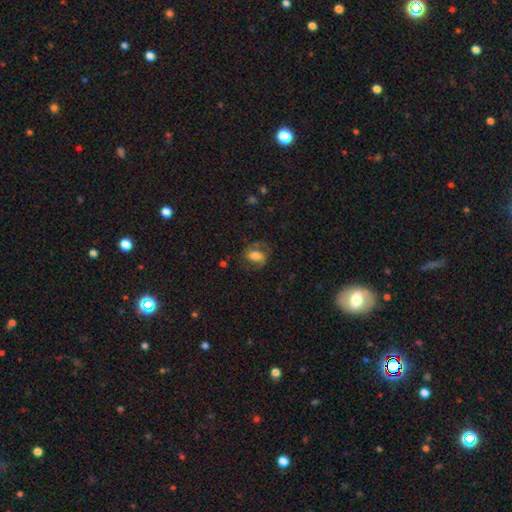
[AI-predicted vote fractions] Smooth or featured? featured or disk (51%)
Edge-on disk? no (96%)
Merging? none (61%)